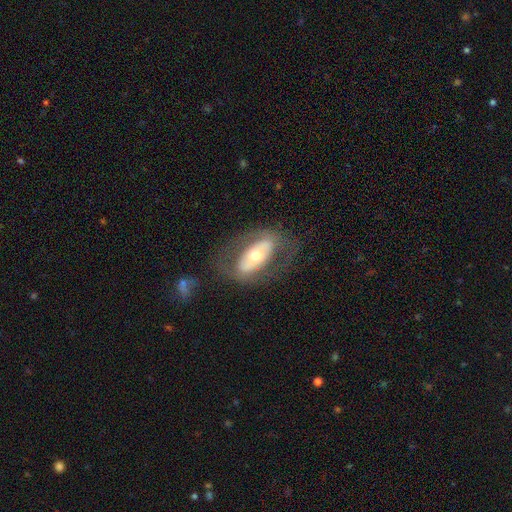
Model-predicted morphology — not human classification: Smooth or featured: featured or disk — 59% (smooth — 35%)
Edge-on disk: no — 87% (yes — 13%)
Bar: no — 56% (strong — 27%)
Spiral arms: no — 72% (yes — 28%)
Bulge size: moderate — 64% (small — 23%)
Merging: none — 70% (minor disturbance — 15%)